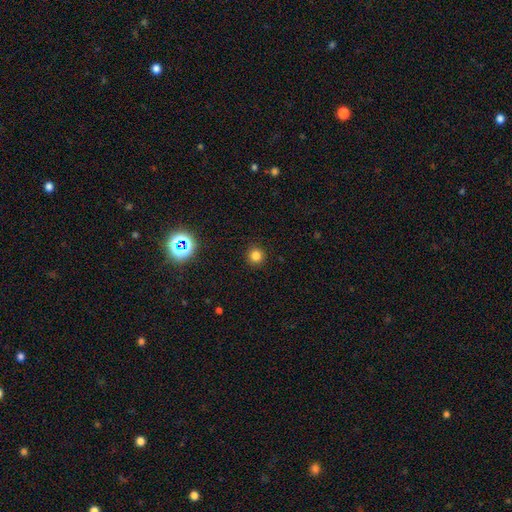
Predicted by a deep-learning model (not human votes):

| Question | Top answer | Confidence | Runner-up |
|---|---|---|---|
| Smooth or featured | smooth | 80% | star or artifact (16%) |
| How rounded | round | 93% | in between (6%) |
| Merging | none | 91% | minor disturbance (6%) |